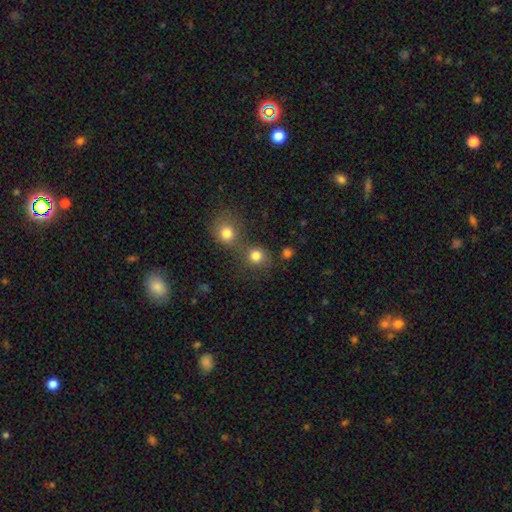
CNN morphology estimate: smooth 81%, star or artifact 13%, featured or disk 6%. Down the decision tree: how rounded — round (86%); merging — none (51%).